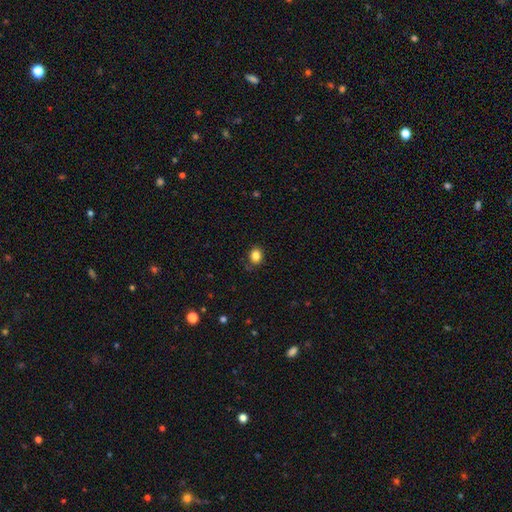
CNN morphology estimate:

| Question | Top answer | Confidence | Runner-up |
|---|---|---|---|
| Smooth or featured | smooth | 84% | star or artifact (11%) |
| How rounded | round | 56% | in between (44%) |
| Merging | none | 83% | minor disturbance (13%) |